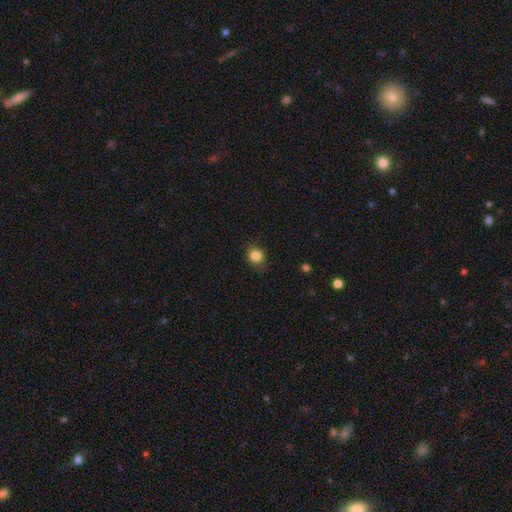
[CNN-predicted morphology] Smooth or featured? smooth (84%)
How rounded? round (77%)
Merging? none (87%)